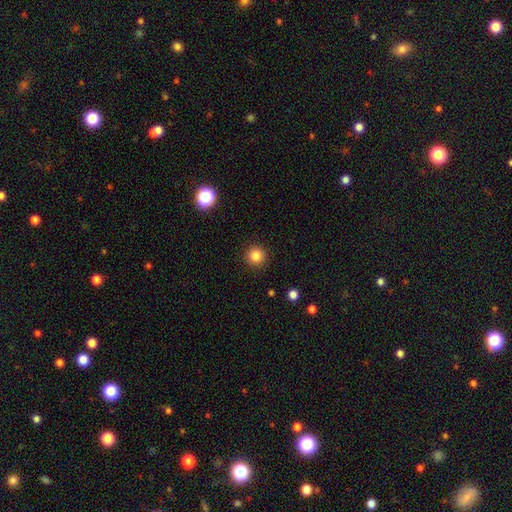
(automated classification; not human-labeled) smooth 84%, star or artifact 11%, featured or disk 5%. Down the decision tree: how rounded — round (95%); merging — none (92%).